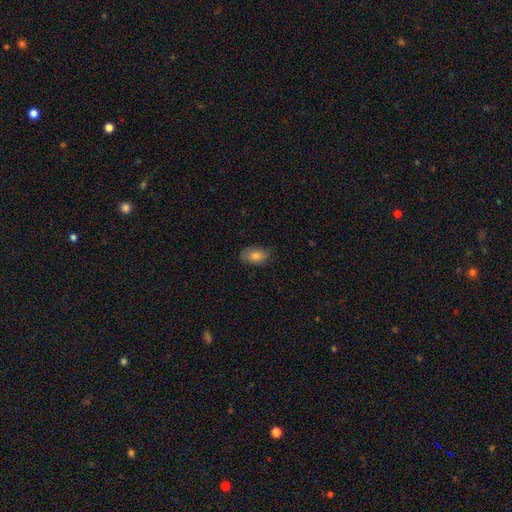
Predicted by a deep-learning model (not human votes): Q: Smooth or featured?
A: smooth (71%); runner-up: featured or disk (19%)
Q: How rounded?
A: in between (89%); runner-up: round (9%)
Q: Merging?
A: none (77%); runner-up: minor disturbance (18%)